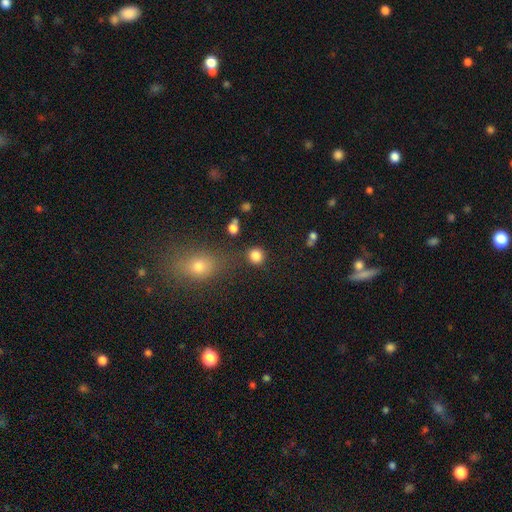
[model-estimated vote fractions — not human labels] Smooth or featured: smooth — 84% (star or artifact — 12%)
How rounded: round — 88% (in between — 11%)
Merging: none — 79% (minor disturbance — 10%)